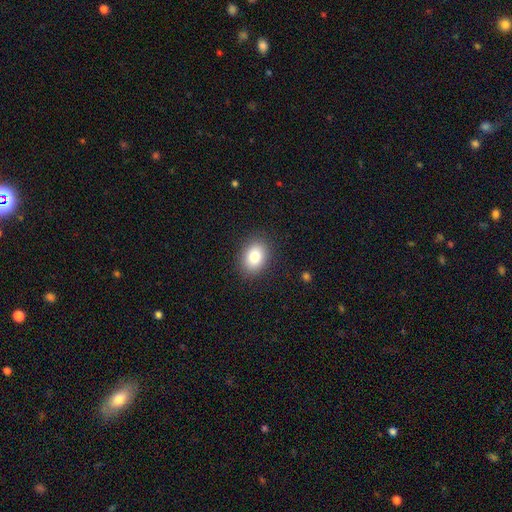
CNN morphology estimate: Smooth or featured?
  - smooth: 82% *
  - star or artifact: 9%
  - featured or disk: 9%
How rounded?
  - in between: 71% *
  - round: 28%
  - cigar-shaped: 1%
Merging?
  - none: 88% *
  - minor disturbance: 8%
  - major disturbance: 3%
  - merger: 1%